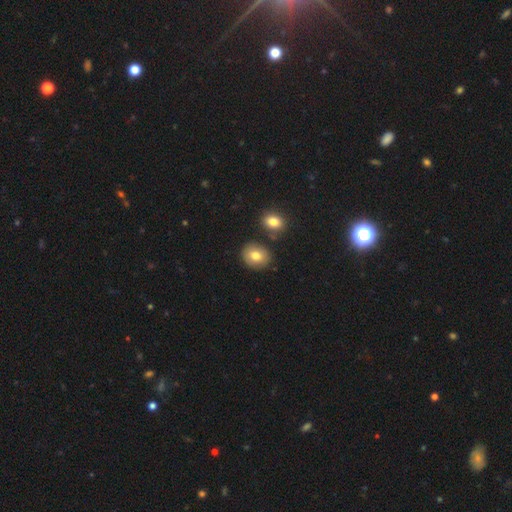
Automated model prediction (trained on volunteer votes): smooth-or-featured: smooth: 77% | featured or disk: 13% | star or artifact: 9%
  how-rounded: round: 66% | in between: 33% | cigar-shaped: 1%
  merging: none: 80% | minor disturbance: 10% | merger: 8% | major disturbance: 3%